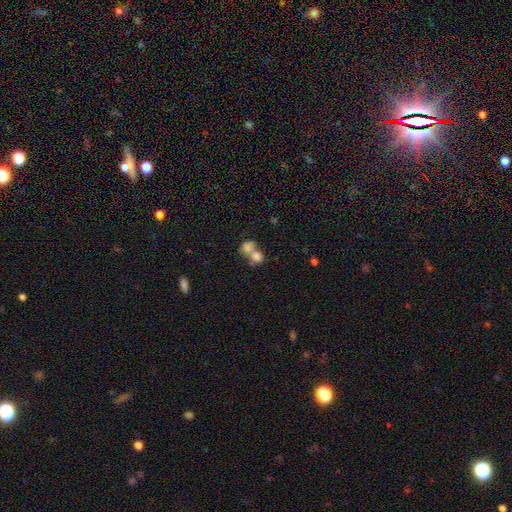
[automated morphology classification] smooth 77%, featured or disk 13%, star or artifact 10%. Down the decision tree: how rounded — round (61%); merging — merger (69%).